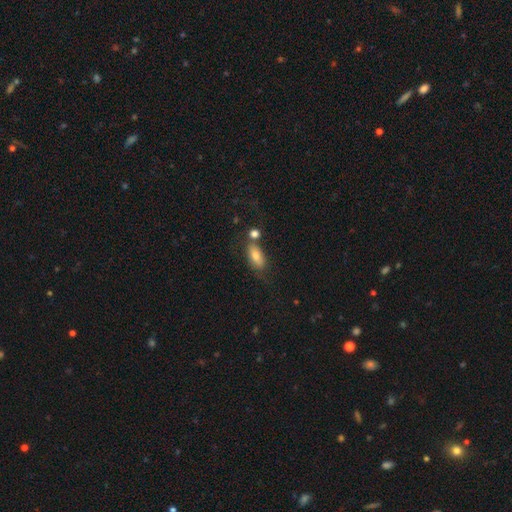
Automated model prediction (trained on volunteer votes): A smooth galaxy with no disk features (76%) that is in between round and cigar-shaped (83%).

Vote fractions:
- Smooth or featured? smooth: 76% / featured or disk: 16% / star or artifact: 8%
- How rounded? in between: 83% / cigar-shaped: 12% / round: 5%
- Merging? none: 60% / minor disturbance: 17% / merger: 17% / major disturbance: 6%